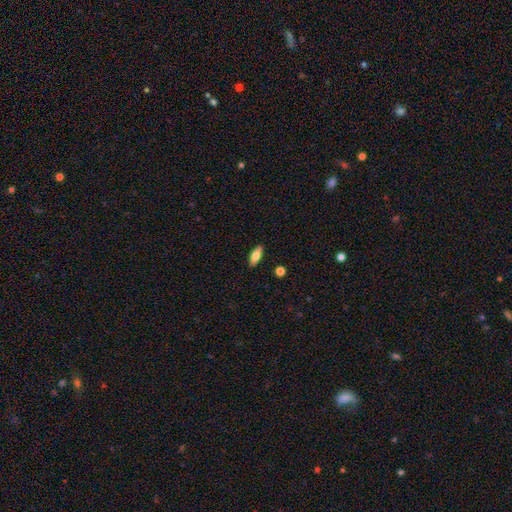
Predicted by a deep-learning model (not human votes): Smooth or featured? Predicted: smooth (p=0.70). How rounded? Predicted: in between (p=0.70). Merging? Predicted: none (p=0.89).